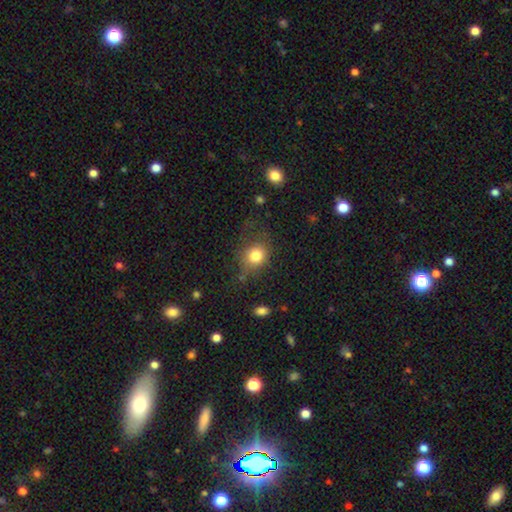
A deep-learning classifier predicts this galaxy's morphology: smooth_or_featured: smooth (p=0.80) [alt: star or artifact p=0.11]
how_rounded: round (p=0.69) [alt: in between p=0.30]
merging: none (p=0.63) [alt: minor disturbance p=0.22]